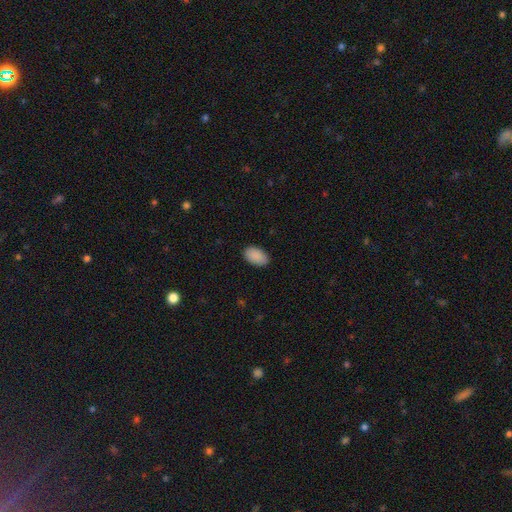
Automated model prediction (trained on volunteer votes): Overall: smooth (90%). How rounded: in between (93%). Merging: none (87%).